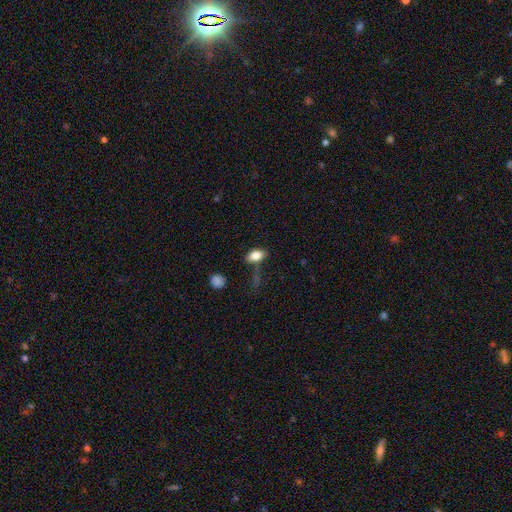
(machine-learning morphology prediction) smooth_or_featured: smooth (p=0.79) [alt: featured or disk p=0.13]
how_rounded: in between (p=0.87) [alt: round p=0.08]
merging: none (p=0.64) [alt: minor disturbance p=0.21]